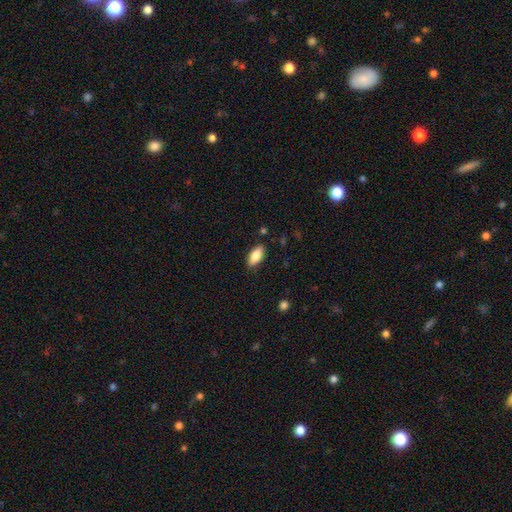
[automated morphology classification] Overall: smooth (83%). How rounded: in between (87%). Merging: none (85%).